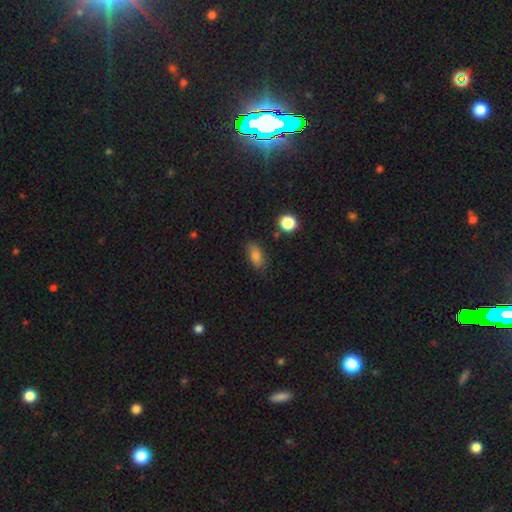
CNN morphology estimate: smooth-or-featured: smooth: 82% | star or artifact: 10% | featured or disk: 8%
  how-rounded: in between: 85% | cigar-shaped: 9% | round: 6%
  merging: none: 79% | minor disturbance: 15% | major disturbance: 4% | merger: 2%